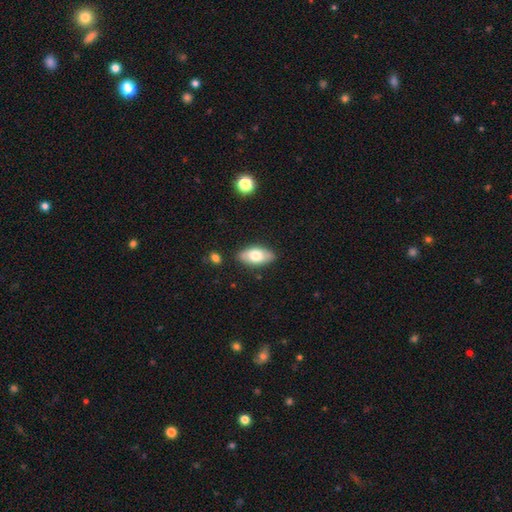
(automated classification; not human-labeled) This is likely a smooth galaxy (70%). How rounded: clearly in between (91%). Merging: clearly none (83%).